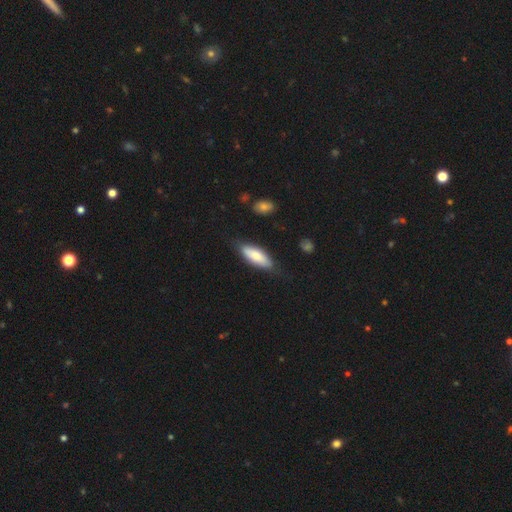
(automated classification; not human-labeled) Smooth or featured? Predicted: smooth (p=0.74). How rounded? Predicted: in between (p=0.64). Merging? Predicted: none (p=0.74).